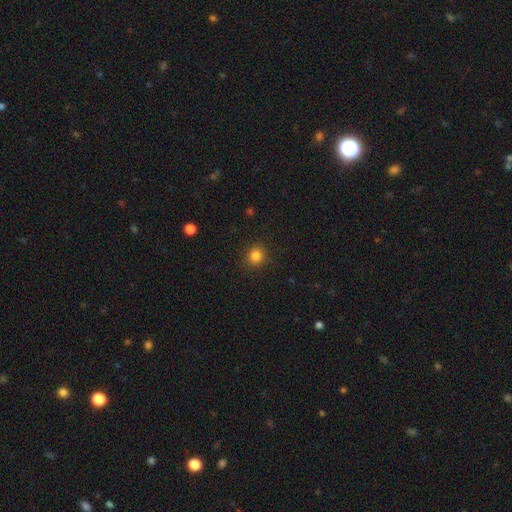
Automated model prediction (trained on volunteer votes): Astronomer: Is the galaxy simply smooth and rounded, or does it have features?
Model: smooth — 84%.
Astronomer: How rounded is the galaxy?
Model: round — 88%.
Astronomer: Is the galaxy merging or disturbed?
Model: none — 90%.